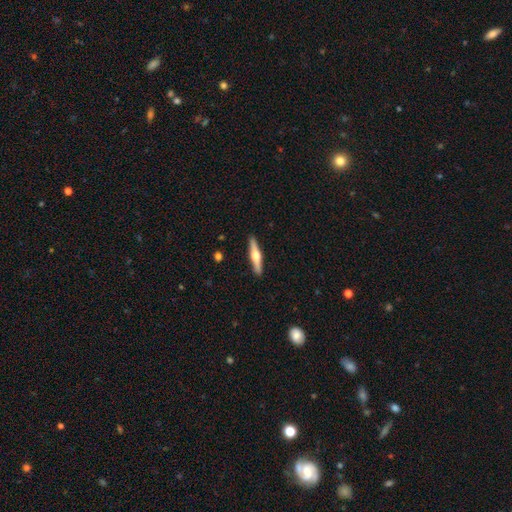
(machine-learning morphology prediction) Smooth or featured: featured or disk — 63% (smooth — 32%)
Edge-on disk: yes — 97% (no — 3%)
Edge-on bulge: rounded — 94% (boxy — 3%)
Merging: none — 91% (minor disturbance — 6%)